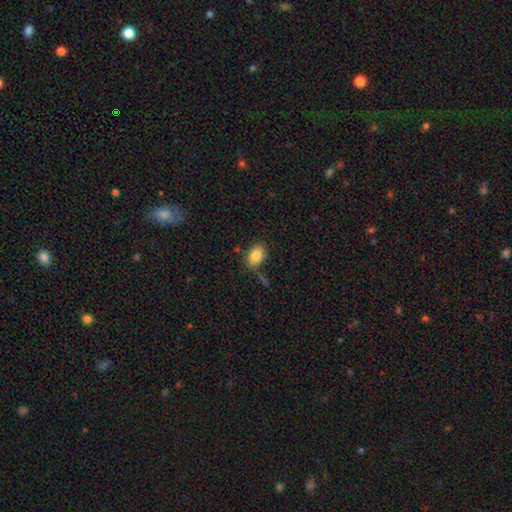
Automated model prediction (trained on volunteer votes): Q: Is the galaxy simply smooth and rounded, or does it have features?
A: smooth — 84%.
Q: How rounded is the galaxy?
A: in between — 80%.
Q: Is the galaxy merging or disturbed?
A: none — 73%.